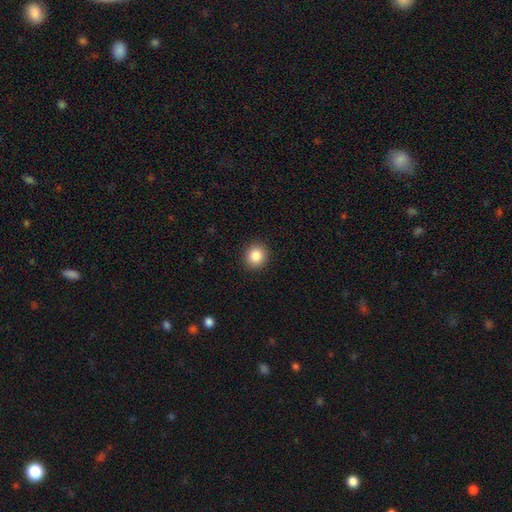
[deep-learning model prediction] Smooth or featured? smooth (87%)
How rounded? round (89%)
Merging? none (92%)